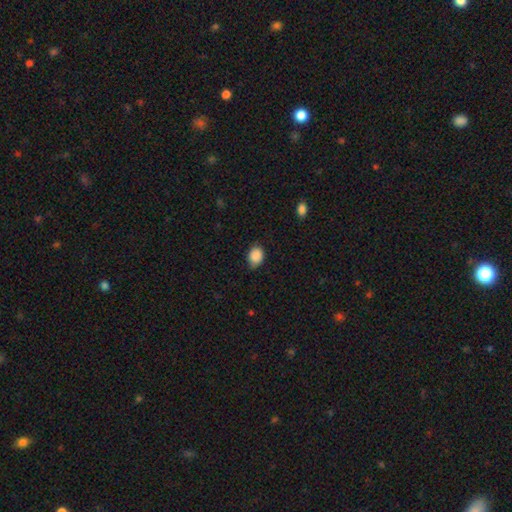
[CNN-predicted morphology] Smooth or featured?
  - smooth: 89% *
  - star or artifact: 8%
  - featured or disk: 3%
How rounded?
  - in between: 54% *
  - round: 45%
  - cigar-shaped: 1%
Merging?
  - none: 73% *
  - minor disturbance: 22%
  - major disturbance: 4%
  - merger: 1%